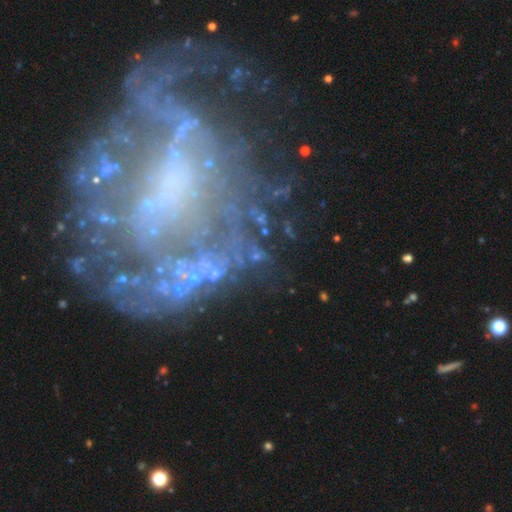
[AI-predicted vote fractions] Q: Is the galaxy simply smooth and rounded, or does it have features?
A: featured or disk — 72%.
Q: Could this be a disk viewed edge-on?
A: no — 96%.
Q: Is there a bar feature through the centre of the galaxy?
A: no — 65%.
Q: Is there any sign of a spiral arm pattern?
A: no — 50%, tied with yes.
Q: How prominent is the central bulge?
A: none — 58%.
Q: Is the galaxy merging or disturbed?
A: none — 45%.